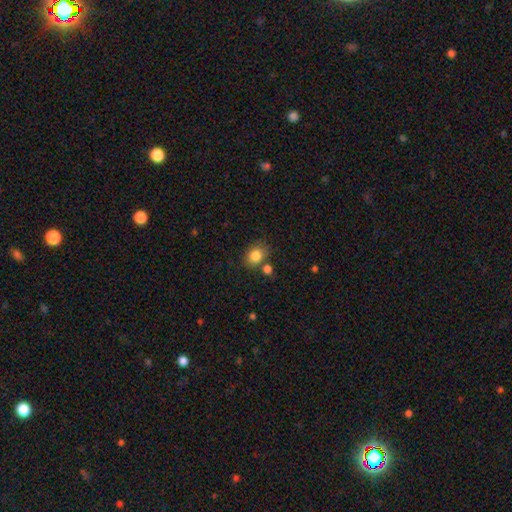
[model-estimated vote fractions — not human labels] Smooth or featured: smooth — 83% (star or artifact — 10%)
How rounded: round — 53% (in between — 46%)
Merging: none — 70% (minor disturbance — 14%)